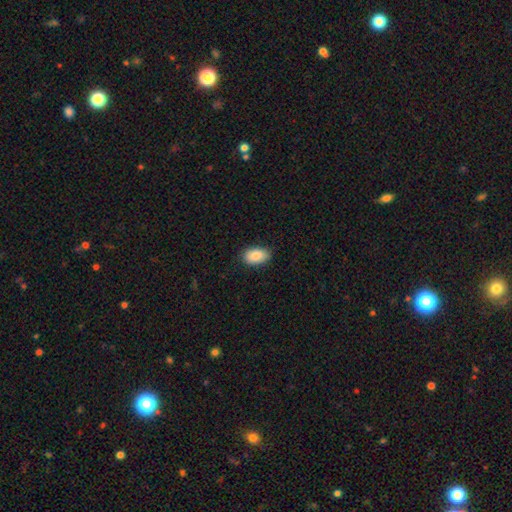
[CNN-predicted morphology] A smooth galaxy with no disk features (87%) that is in between round and cigar-shaped (92%). Merging: none (84%).